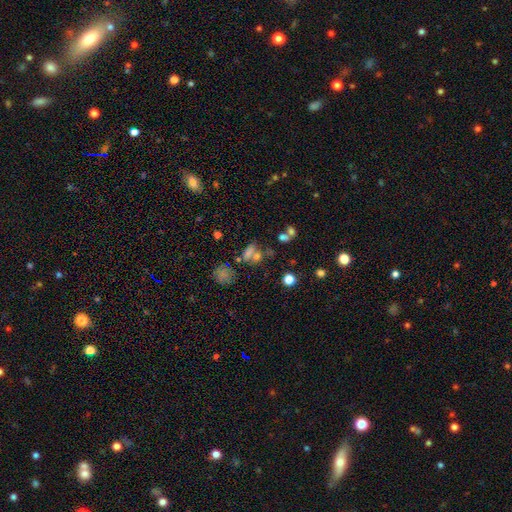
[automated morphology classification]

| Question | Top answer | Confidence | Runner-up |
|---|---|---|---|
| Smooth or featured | smooth | 50% | star or artifact (34%) |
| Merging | none | 49% | merger (30%) |